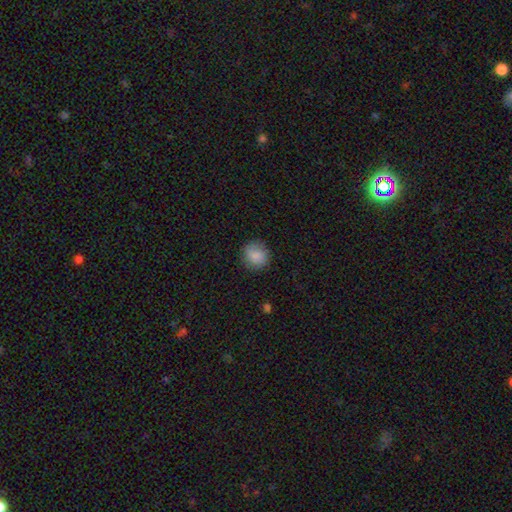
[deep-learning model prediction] Smooth or featured? Predicted: smooth (p=0.86). How rounded? Predicted: round (p=0.88). Merging? Predicted: none (p=0.85).